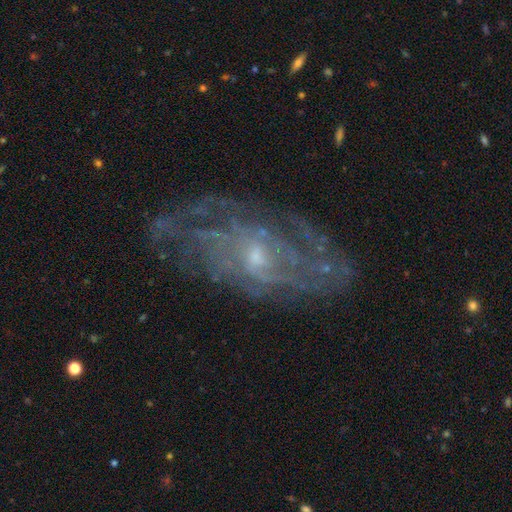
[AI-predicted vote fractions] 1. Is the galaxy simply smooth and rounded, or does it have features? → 83% featured or disk, 9% smooth, 8% star or artifact.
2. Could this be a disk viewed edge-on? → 93% no, 7% yes.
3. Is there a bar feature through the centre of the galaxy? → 67% no, 28% weak, 5% strong.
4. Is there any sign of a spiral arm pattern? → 88% yes, 12% no.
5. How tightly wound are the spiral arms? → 56% tight, 33% medium, 12% loose.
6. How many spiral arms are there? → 51% can't tell, 12% 2, 12% 4, 10% 3, 8% more than 4, 6% 1.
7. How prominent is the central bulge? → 67% small, 29% moderate, 2% none, 1% large, 1% dominant.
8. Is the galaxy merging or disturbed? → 71% none, 18% minor disturbance, 9% major disturbance, 2% merger.